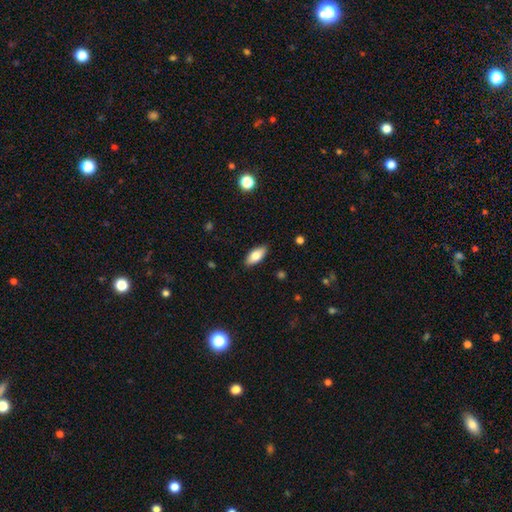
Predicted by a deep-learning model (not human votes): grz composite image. It shows a smooth galaxy with no disk features (78%) that is in between round and cigar-shaped (86%). Merging: none (88%).